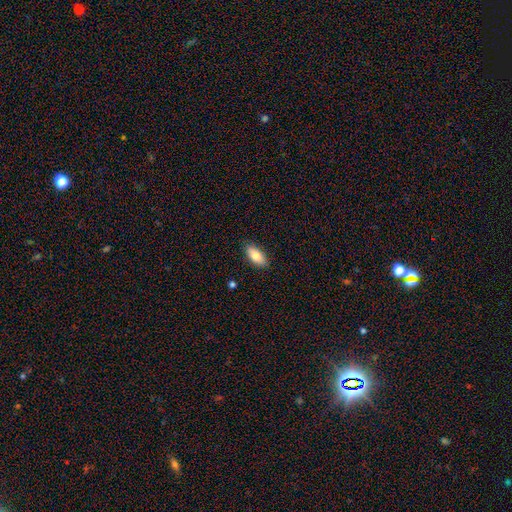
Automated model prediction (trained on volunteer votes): smooth_or_featured: smooth (p=0.81) [alt: featured or disk p=0.13]
how_rounded: in between (p=0.88) [alt: cigar-shaped p=0.09]
merging: none (p=0.88) [alt: minor disturbance p=0.09]